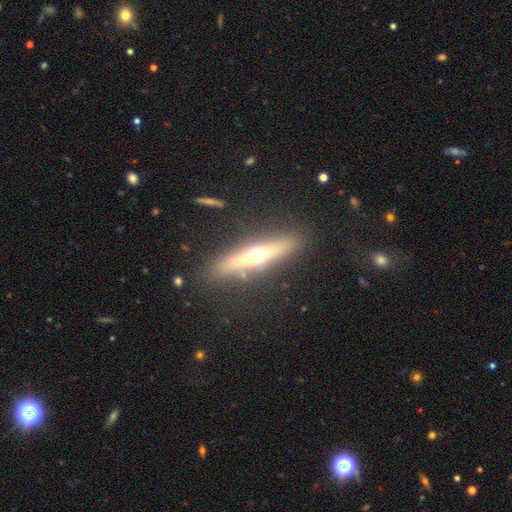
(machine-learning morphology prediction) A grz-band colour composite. It shows a featured or disk galaxy (59%) viewed edge-on (91%) with a rounded central bulge (92%). Merging: none (86%).